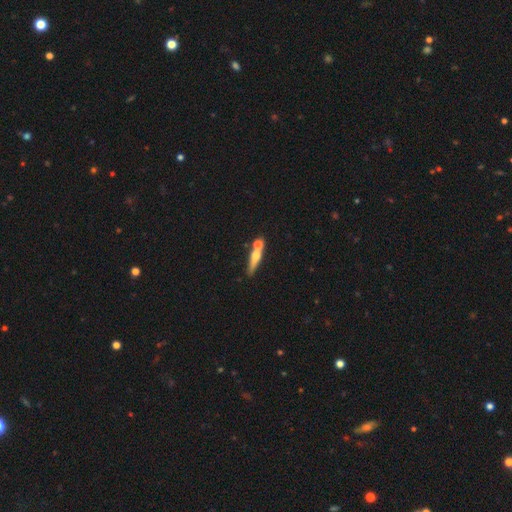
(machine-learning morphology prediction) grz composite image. It shows a featured or disk galaxy (47%). Merging: none (48%).